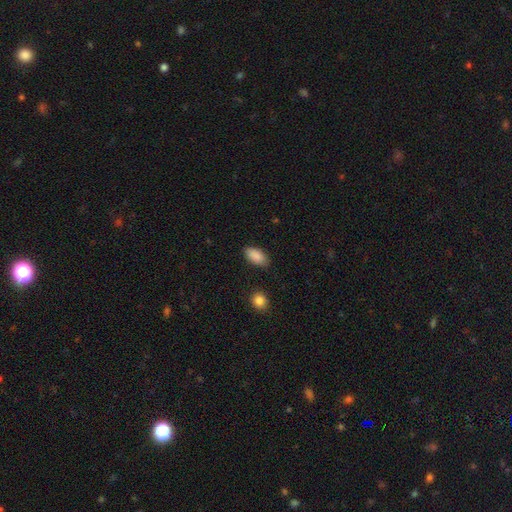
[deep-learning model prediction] smooth 89%, star or artifact 7%, featured or disk 4%. Down the decision tree: how rounded — in between (94%); merging — none (84%).